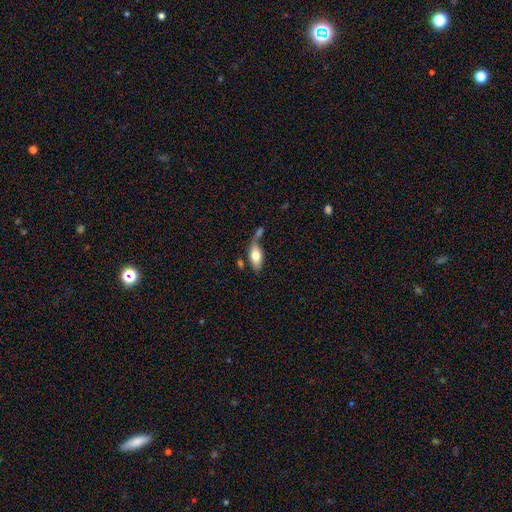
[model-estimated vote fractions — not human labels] Overall: smooth (72%). How rounded: in between (86%). Merging: none (46%; merger 25%).